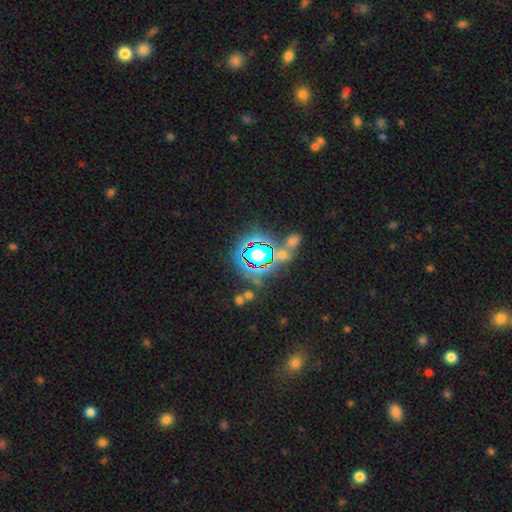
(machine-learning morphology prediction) A star or artifact, not a galaxy (80%).